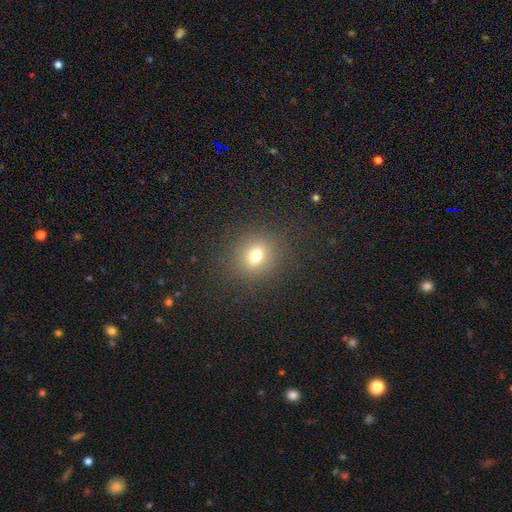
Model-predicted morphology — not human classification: Smooth or featured? Predicted: smooth (p=0.72). How rounded? Predicted: round (p=0.77). Merging? Predicted: none (p=0.87).